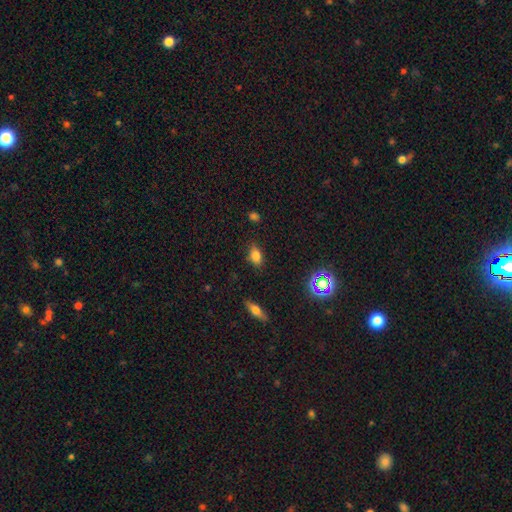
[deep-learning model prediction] smooth 78%, star or artifact 13%, featured or disk 9%. Down the decision tree: how rounded — in between (79%); merging — none (82%).